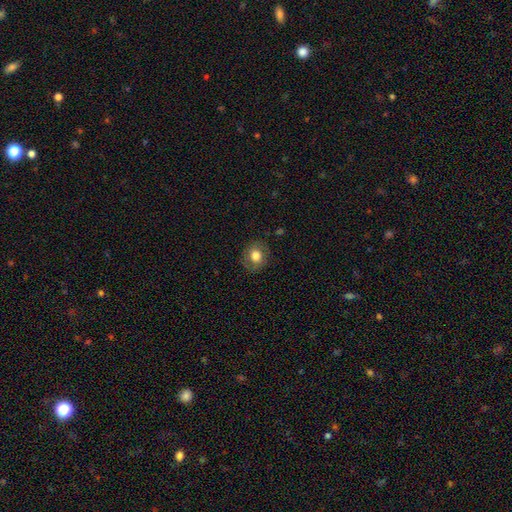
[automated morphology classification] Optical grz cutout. It shows a smooth galaxy with no disk features (76%) that is round (71%). Merging: none (83%).